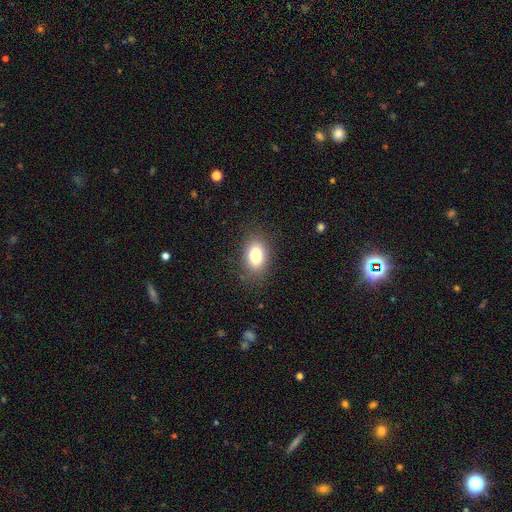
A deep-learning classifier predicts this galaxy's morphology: This is clearly a smooth galaxy (82%). How rounded: clearly in between (85%). Merging: clearly none (83%).